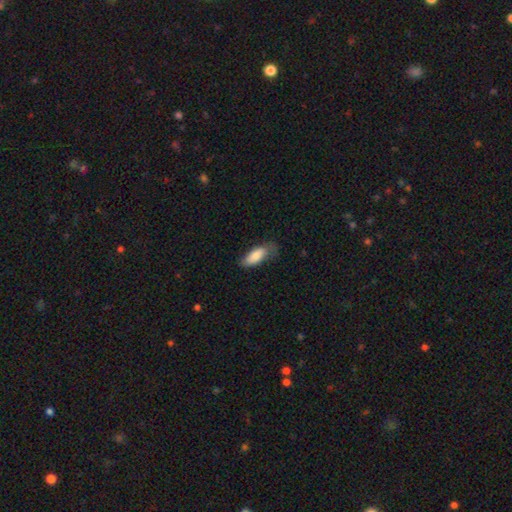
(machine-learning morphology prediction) type=smooth (81%); roundness=in between (79%); merging=none (51%).